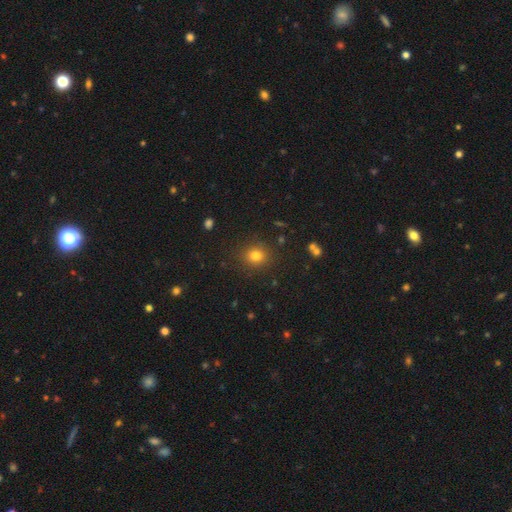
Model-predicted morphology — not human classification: smooth 79%, star or artifact 14%, featured or disk 7%. Down the decision tree: how rounded — round (78%); merging — none (87%).